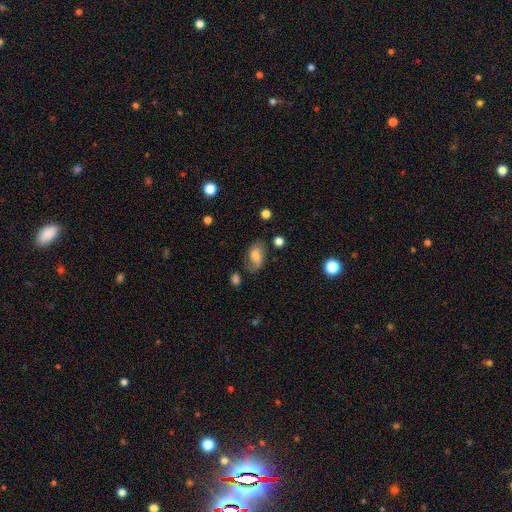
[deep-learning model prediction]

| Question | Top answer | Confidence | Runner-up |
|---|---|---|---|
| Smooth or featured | smooth | 51% | featured or disk (39%) |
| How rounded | in between | 87% | round (10%) |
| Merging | none | 65% | minor disturbance (22%) |